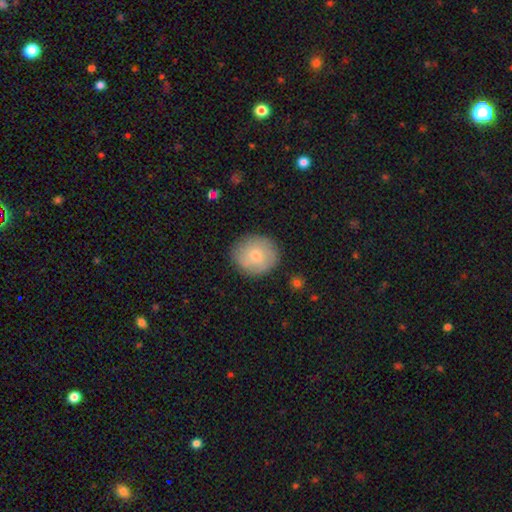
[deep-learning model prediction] This appears to be a smooth galaxy with no disk features (71%) that is round (85%). Merging: none (86%).